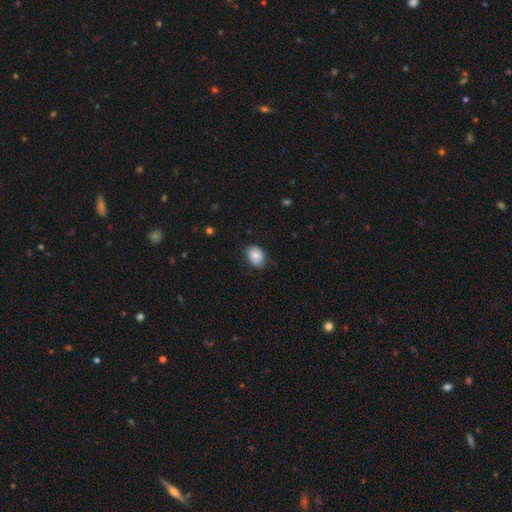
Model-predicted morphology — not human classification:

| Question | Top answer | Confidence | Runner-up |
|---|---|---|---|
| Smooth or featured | smooth | 85% | featured or disk (8%) |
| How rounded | in between | 73% | round (26%) |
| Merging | none | 77% | minor disturbance (18%) |